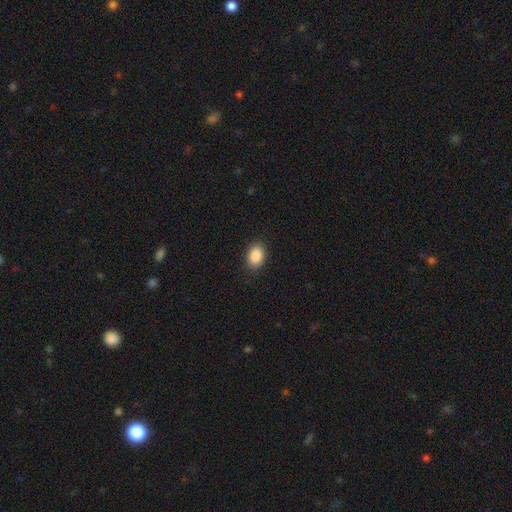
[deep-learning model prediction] Q: Smooth or featured?
A: smooth (88%); runner-up: star or artifact (8%)
Q: How rounded?
A: in between (81%); runner-up: round (18%)
Q: Merging?
A: none (89%); runner-up: minor disturbance (8%)